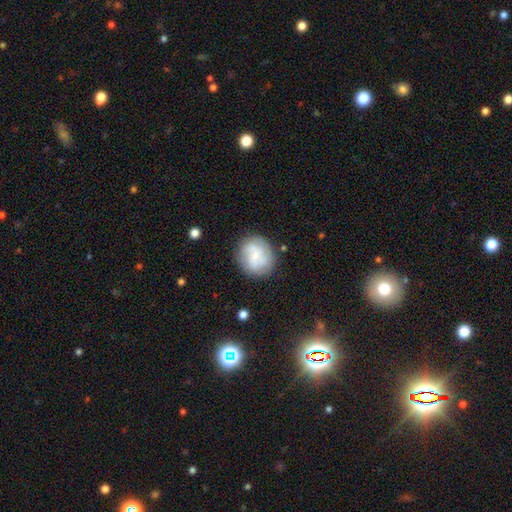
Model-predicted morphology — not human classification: smooth 52%, featured or disk 41%, star or artifact 7%. Down the decision tree: how rounded — round (81%); merging — none (76%).